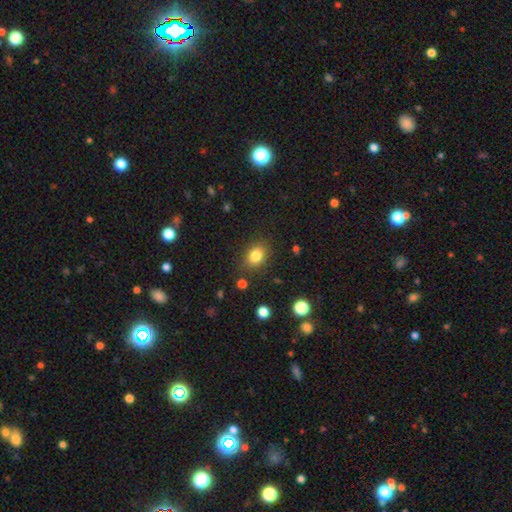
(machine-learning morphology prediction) Smooth or featured?
  - smooth: 83% *
  - star or artifact: 11%
  - featured or disk: 7%
How rounded?
  - in between: 58% *
  - round: 41%
  - cigar-shaped: 1%
Merging?
  - none: 83% *
  - minor disturbance: 11%
  - major disturbance: 3%
  - merger: 2%